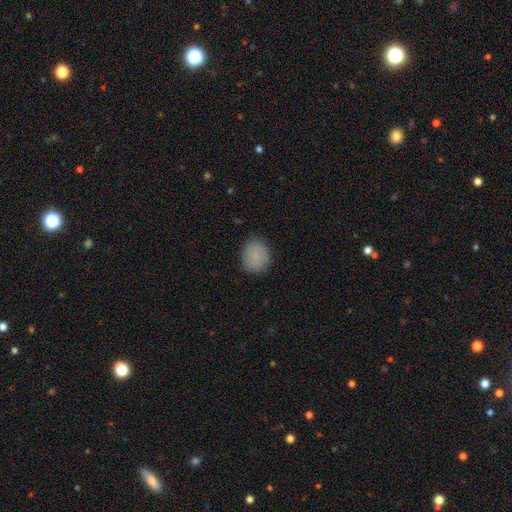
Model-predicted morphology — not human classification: Smooth or featured: smooth — 86% (star or artifact — 8%)
How rounded: round — 65% (in between — 34%)
Merging: none — 83% (minor disturbance — 13%)